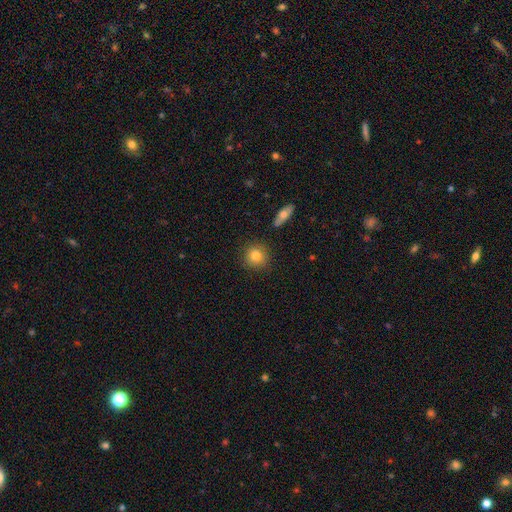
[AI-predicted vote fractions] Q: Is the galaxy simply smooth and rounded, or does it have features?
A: smooth — 82%.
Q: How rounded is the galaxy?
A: round — 90%.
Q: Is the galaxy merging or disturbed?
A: none — 87%.